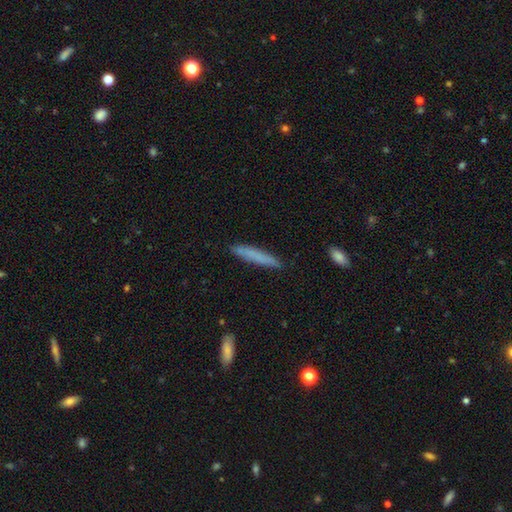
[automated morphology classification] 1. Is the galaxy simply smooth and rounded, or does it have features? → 75% smooth, 18% featured or disk, 7% star or artifact.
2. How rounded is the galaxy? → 94% cigar-shaped, 5% in between, 1% round.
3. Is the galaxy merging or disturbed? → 87% none, 9% minor disturbance, 2% major disturbance, 1% merger.